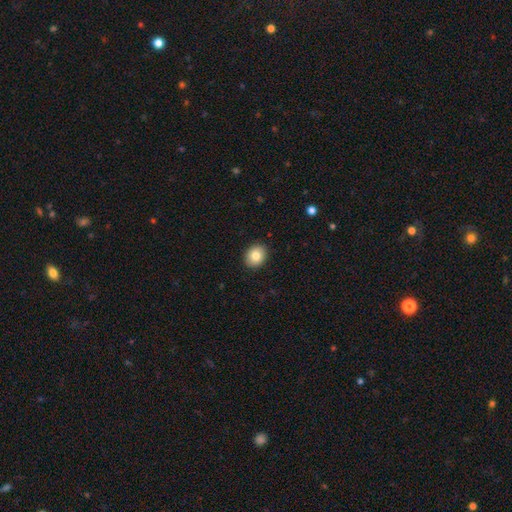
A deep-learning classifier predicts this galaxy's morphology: A smooth galaxy with no disk features (82%) that is round (55%). Merging: none (90%).